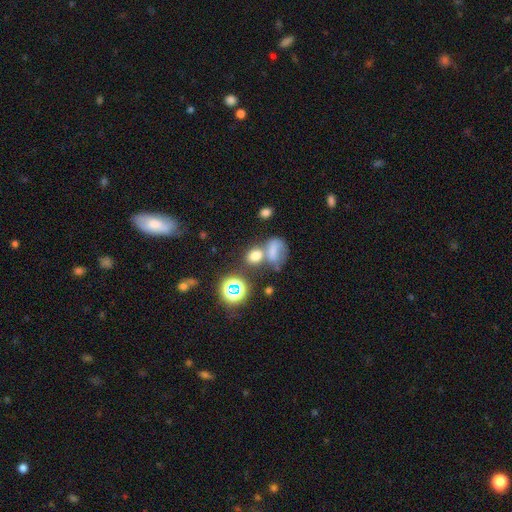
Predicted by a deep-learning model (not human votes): smooth 65%, star or artifact 23%, featured or disk 12%. Down the decision tree: how rounded — in between (57%); merging — merger (44%).